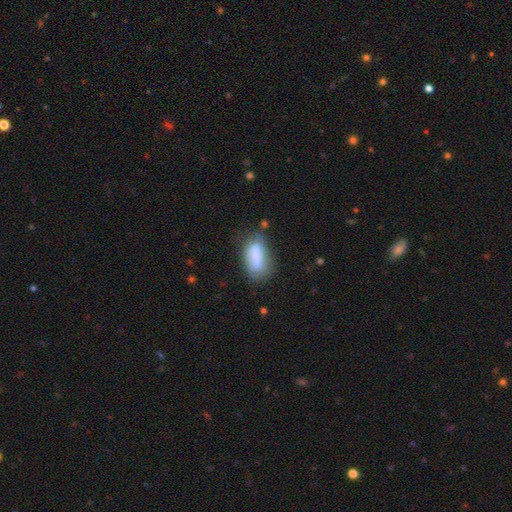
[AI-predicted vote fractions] Smooth or featured? Predicted: smooth (p=0.75). How rounded? Predicted: in between (p=0.85). Merging? Predicted: none (p=0.47).